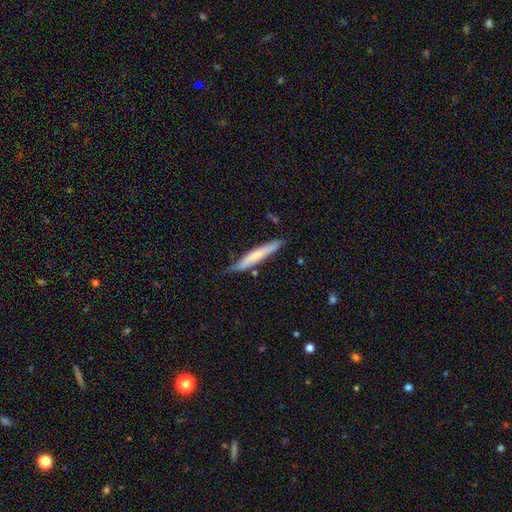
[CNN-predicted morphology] type=smooth (63%); roundness=cigar-shaped (94%); merging=none (71%).